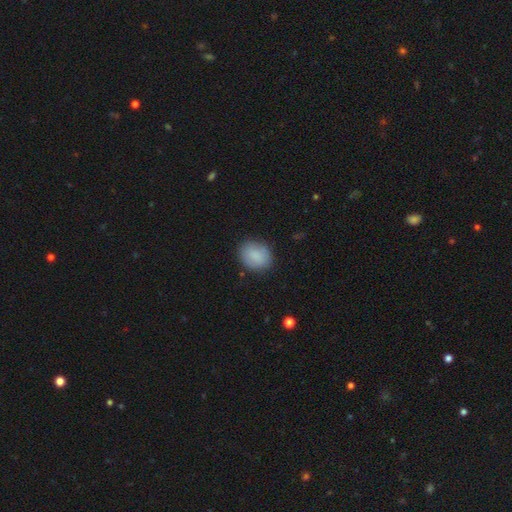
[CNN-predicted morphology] Smooth or featured?
  - smooth: 86% *
  - featured or disk: 7%
  - star or artifact: 7%
How rounded?
  - round: 51% *
  - in between: 48%
  - cigar-shaped: 1%
Merging?
  - none: 83% *
  - minor disturbance: 13%
  - major disturbance: 3%
  - merger: 1%